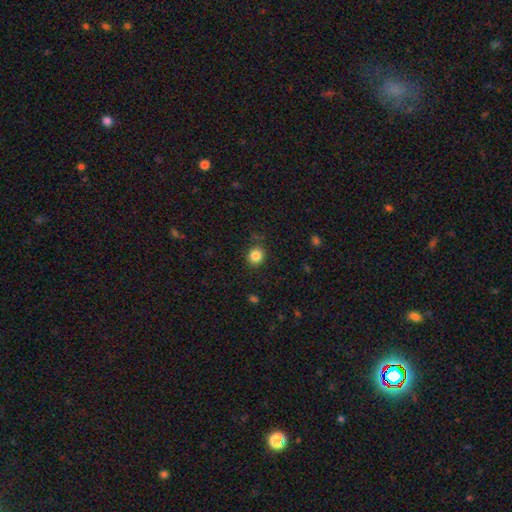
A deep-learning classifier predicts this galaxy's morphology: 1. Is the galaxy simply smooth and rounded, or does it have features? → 84% smooth, 11% star or artifact, 5% featured or disk.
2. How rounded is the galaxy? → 84% round, 15% in between, 1% cigar-shaped.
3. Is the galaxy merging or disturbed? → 84% none, 11% minor disturbance, 3% major disturbance, 2% merger.